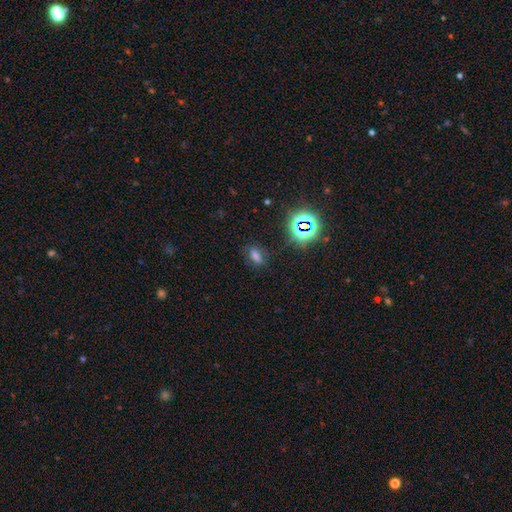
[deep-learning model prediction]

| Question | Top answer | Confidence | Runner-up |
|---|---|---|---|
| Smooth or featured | smooth | 52% | star or artifact (37%) |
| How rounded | in between | 69% | cigar-shaped (16%) |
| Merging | none | 77% | minor disturbance (15%) |